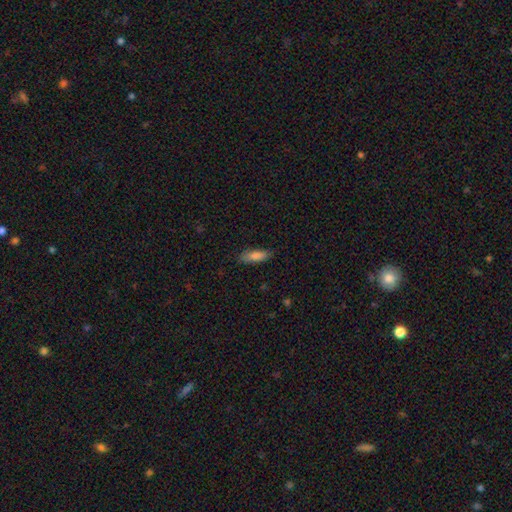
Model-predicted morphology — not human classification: Smooth or featured? smooth (83%)
How rounded? in between (54%)
Merging? none (84%)